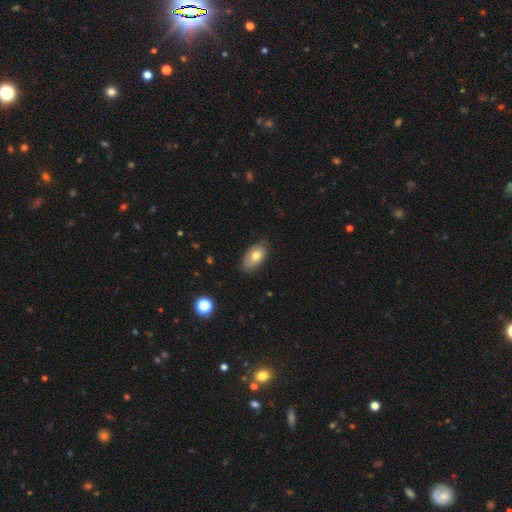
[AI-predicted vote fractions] Q: Smooth or featured?
A: smooth (68%); runner-up: featured or disk (25%)
Q: How rounded?
A: in between (92%); runner-up: round (5%)
Q: Merging?
A: none (72%); runner-up: minor disturbance (23%)